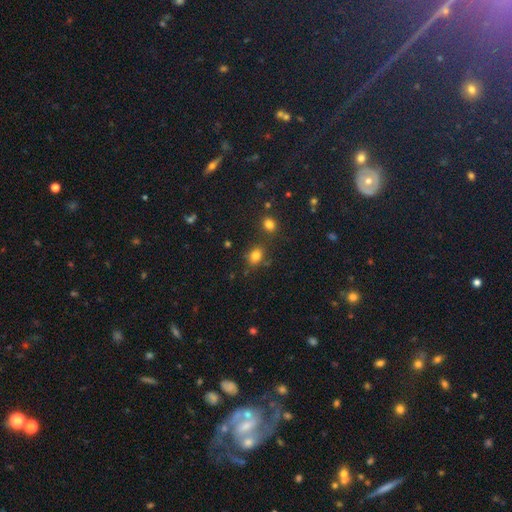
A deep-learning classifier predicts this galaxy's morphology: Overall: smooth (79%). How rounded: in between (56%; round 43%). Merging: none (72%).